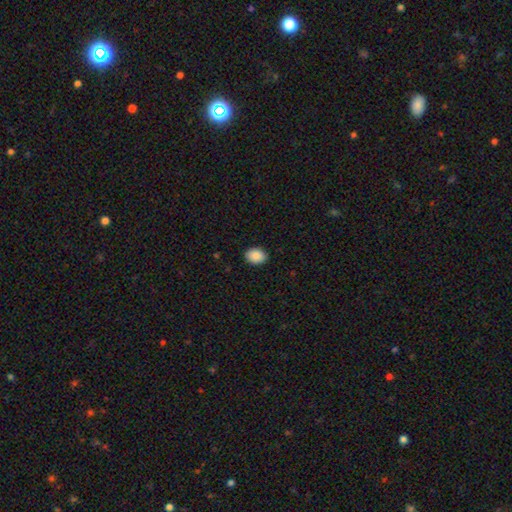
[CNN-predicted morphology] A smooth galaxy with no disk features (90%) that is in between round and cigar-shaped (70%). Merging: none (90%).